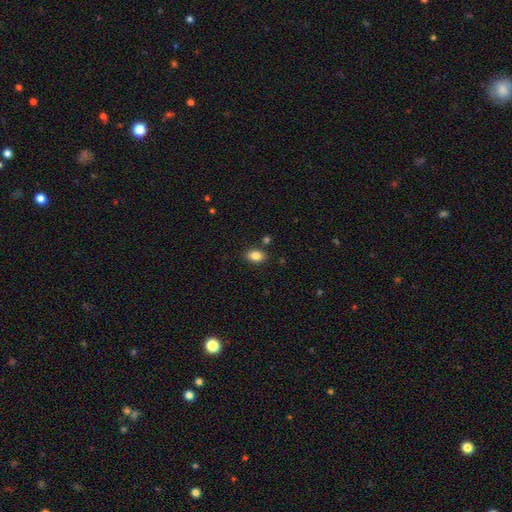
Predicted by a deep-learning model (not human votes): The model was most divided on "how rounded": in between: 83%, round: 16%, cigar-shaped: 1%. More confident: smooth or featured — smooth (85%); merging — none (84%).